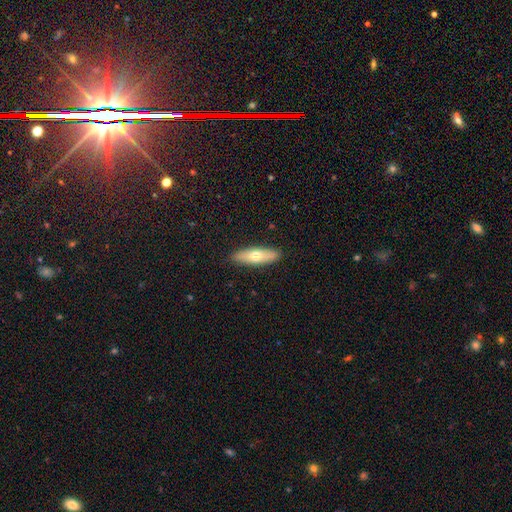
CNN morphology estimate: Overall: smooth (61%; featured or disk 34%). How rounded: cigar-shaped (56%; in between 42%). Merging: none (90%).